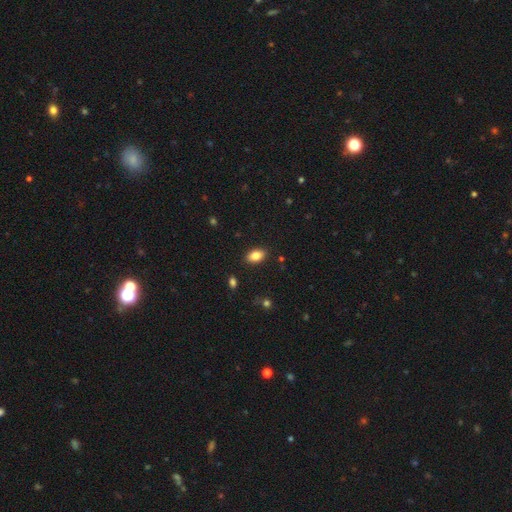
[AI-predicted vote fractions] A smooth galaxy with no disk features (83%) that is in between round and cigar-shaped (91%).

Vote fractions:
- Smooth or featured? smooth: 83% / star or artifact: 9% / featured or disk: 8%
- How rounded? in between: 91% / round: 7% / cigar-shaped: 2%
- Merging? none: 88% / minor disturbance: 9% / major disturbance: 2% / merger: 1%